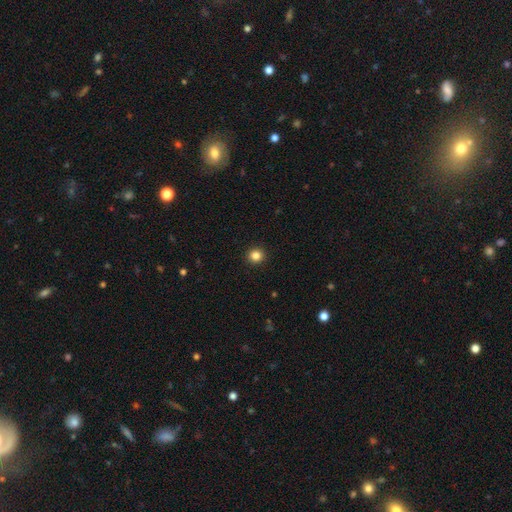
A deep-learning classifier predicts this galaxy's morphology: smooth 84%, star or artifact 12%, featured or disk 4%. Down the decision tree: how rounded — round (93%); merging — none (93%).